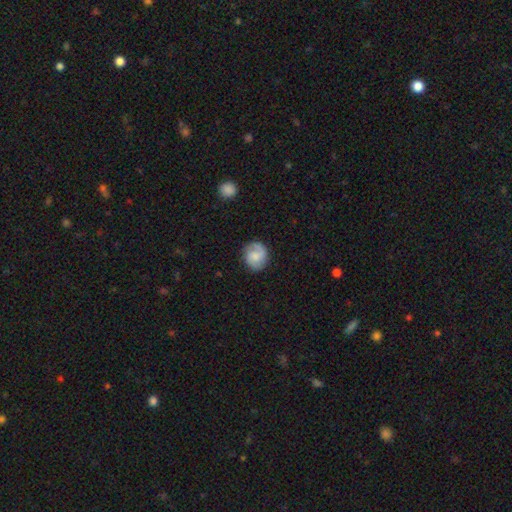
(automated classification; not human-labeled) smooth-or-featured: featured or disk: 51% | smooth: 41% | star or artifact: 8%
  disk-edge-on: no: 98% | yes: 2%
    bar: no: 55% | weak: 39% | strong: 6%
    has-spiral-arms: yes: 90% | no: 10%
    bulge-size: moderate: 35% | small: 32% | none: 22% | large: 9% | dominant: 2%
  merging: none: 77% | minor disturbance: 16% | major disturbance: 5% | merger: 1%